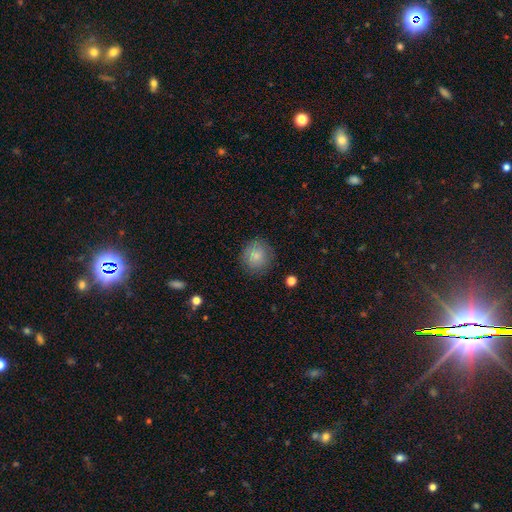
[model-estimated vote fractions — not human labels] smooth 84%, star or artifact 8%, featured or disk 8%. Down the decision tree: how rounded — round (91%); merging — none (85%).